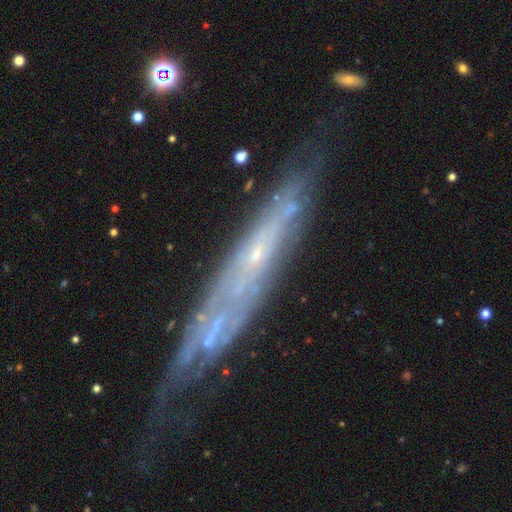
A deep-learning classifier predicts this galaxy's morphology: This is likely a featured or disk galaxy (74%). It is possibly viewed edge-on (58%). Merging: likely none (65%).